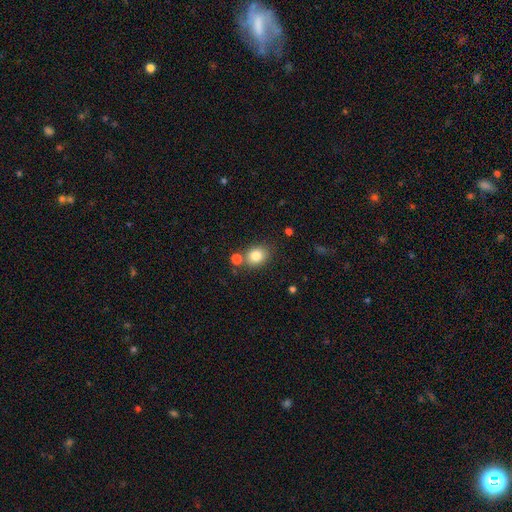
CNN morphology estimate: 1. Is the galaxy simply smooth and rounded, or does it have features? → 82% smooth, 10% star or artifact, 7% featured or disk.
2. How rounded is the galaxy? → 60% round, 39% in between, 1% cigar-shaped.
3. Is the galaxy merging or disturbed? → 69% none, 15% merger, 12% minor disturbance, 3% major disturbance.